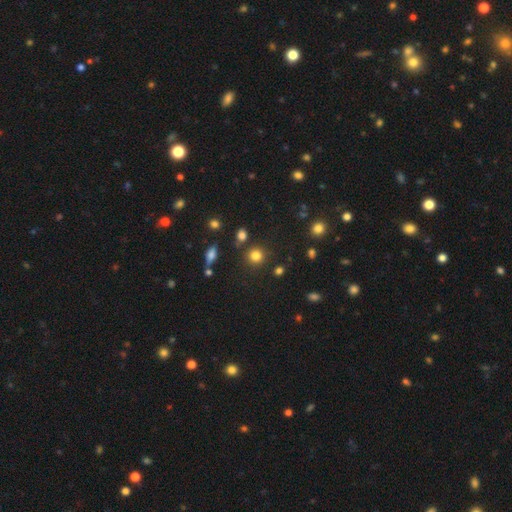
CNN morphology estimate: Smooth or featured?
  - smooth: 81% *
  - star or artifact: 13%
  - featured or disk: 6%
How rounded?
  - round: 89% *
  - in between: 10%
  - cigar-shaped: 1%
Merging?
  - none: 82% *
  - minor disturbance: 8%
  - merger: 6%
  - major disturbance: 3%